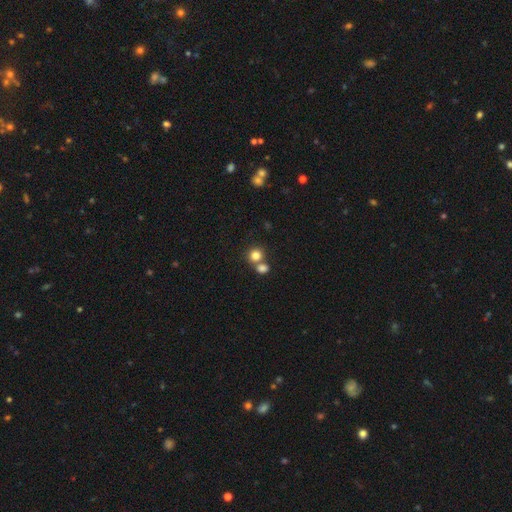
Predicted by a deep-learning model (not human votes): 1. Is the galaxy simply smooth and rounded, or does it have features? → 81% smooth, 11% star or artifact, 7% featured or disk.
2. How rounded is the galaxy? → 81% round, 18% in between, 1% cigar-shaped.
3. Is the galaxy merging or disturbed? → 50% none, 39% merger, 8% minor disturbance, 3% major disturbance.